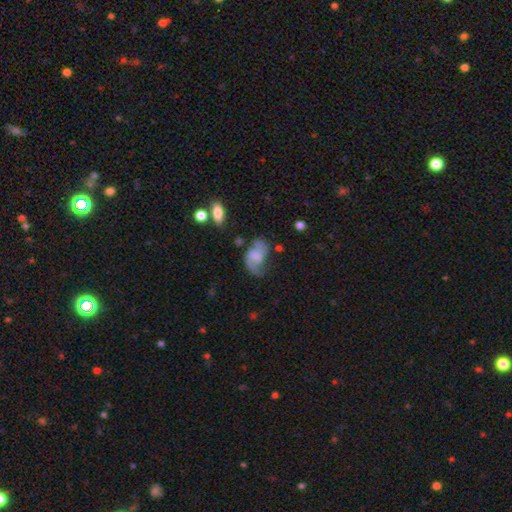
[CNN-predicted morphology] This appears to be a featured or disk galaxy (52%) with no bar (48%), spiral arms (77%) and no central bulge (54%). Merging: none (38%).